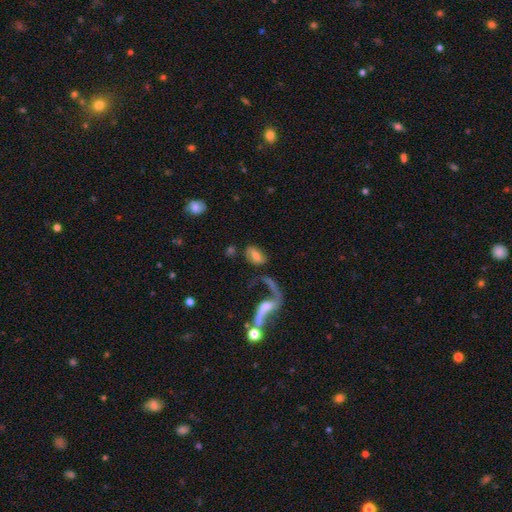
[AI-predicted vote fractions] Smooth or featured?
  - smooth: 47% *
  - featured or disk: 43%
  - star or artifact: 10%
Merging?
  - none: 48% *
  - major disturbance: 19%
  - merger: 18%
  - minor disturbance: 16%